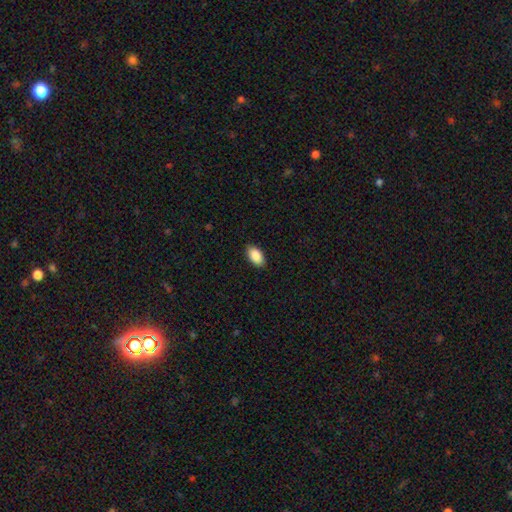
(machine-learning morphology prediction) Smooth or featured: smooth — 89% (star or artifact — 7%)
How rounded: in between — 95% (round — 4%)
Merging: none — 89% (minor disturbance — 8%)